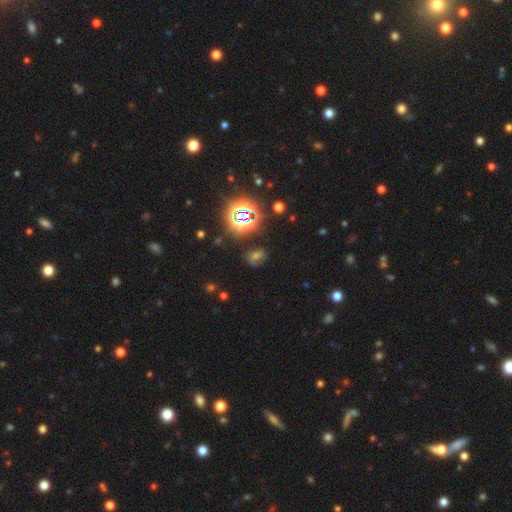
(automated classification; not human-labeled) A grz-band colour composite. It shows a star or artifact, not a galaxy (54%).